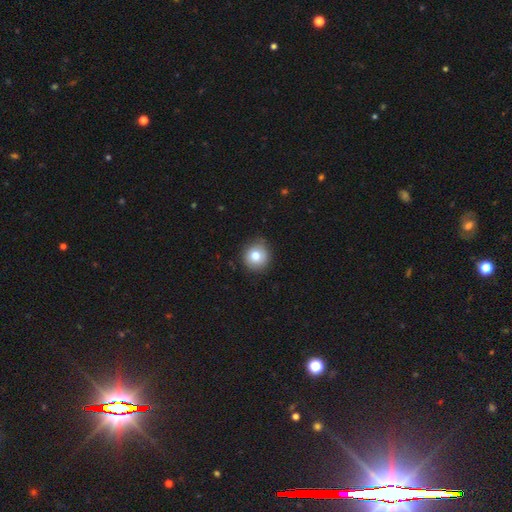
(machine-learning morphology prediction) Smooth or featured? smooth (80%)
How rounded? round (91%)
Merging? none (84%)